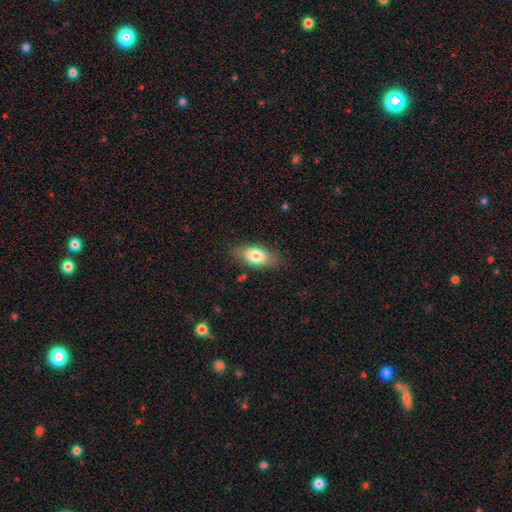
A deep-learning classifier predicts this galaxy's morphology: A smooth galaxy with no disk features (77%) that is in between round and cigar-shaped (87%). Merging: none (80%).